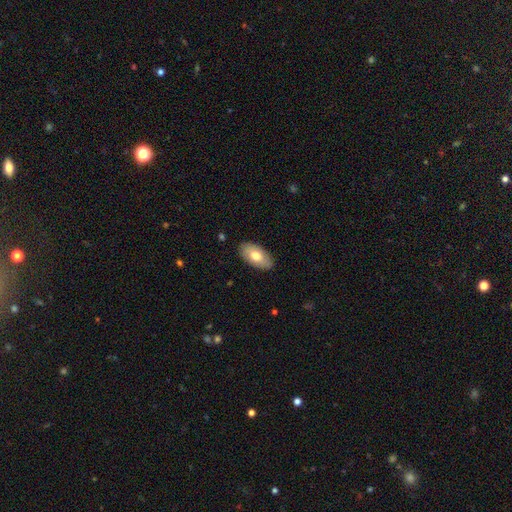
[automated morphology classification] Smooth or featured? smooth (70%)
How rounded? in between (94%)
Merging? none (87%)